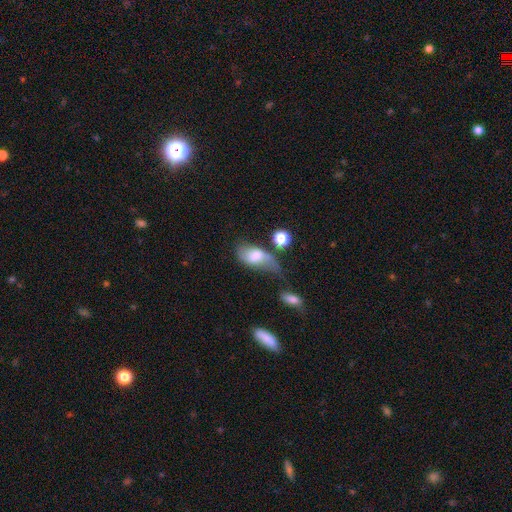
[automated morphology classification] smooth-or-featured: smooth: 58% | featured or disk: 33% | star or artifact: 9%
  how-rounded: in between: 89% | round: 6% | cigar-shaped: 5%
  merging: none: 31% | minor disturbance: 30% | major disturbance: 24% | merger: 15%